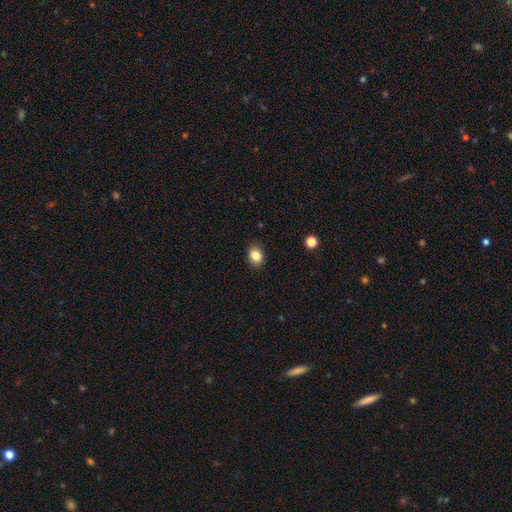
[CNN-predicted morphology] This appears to be a smooth galaxy with no disk features (84%) that is in between round and cigar-shaped (63%). Merging: none (88%).